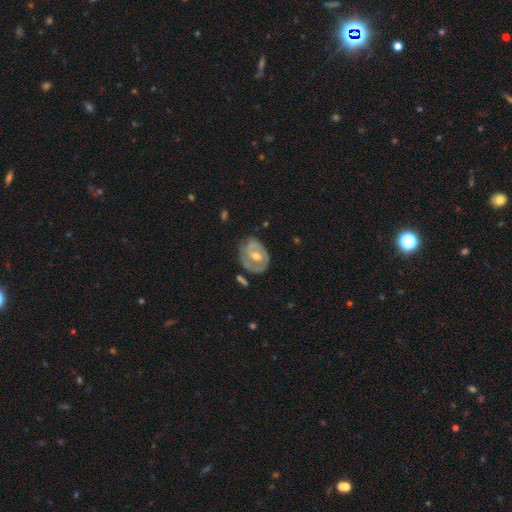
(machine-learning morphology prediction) Smooth or featured: featured or disk — 74% (smooth — 20%)
Edge-on disk: no — 96% (yes — 4%)
Bar: no — 56% (weak — 33%)
Spiral arms: yes — 70% (no — 30%)
Bulge size: moderate — 73% (small — 21%)
Merging: none — 68% (minor disturbance — 21%)